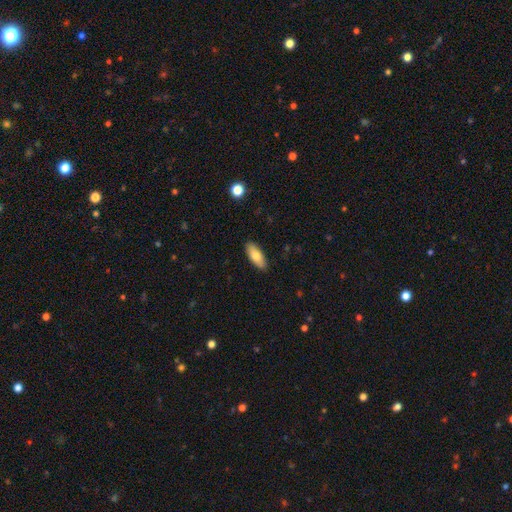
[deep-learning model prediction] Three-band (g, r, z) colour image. It shows a smooth galaxy with no disk features (77%) that is in between round and cigar-shaped (75%). Merging: none (89%).